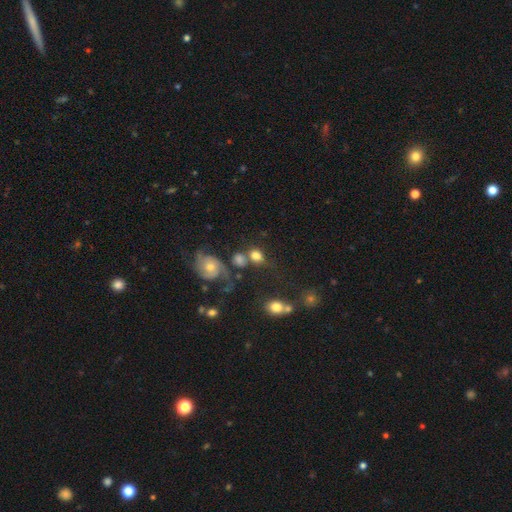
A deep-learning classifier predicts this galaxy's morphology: The model was most divided on "merging": none: 44%, merger: 29%, minor disturbance: 15%, major disturbance: 13%. More confident: smooth or featured — smooth (69%); how rounded — round (62%).